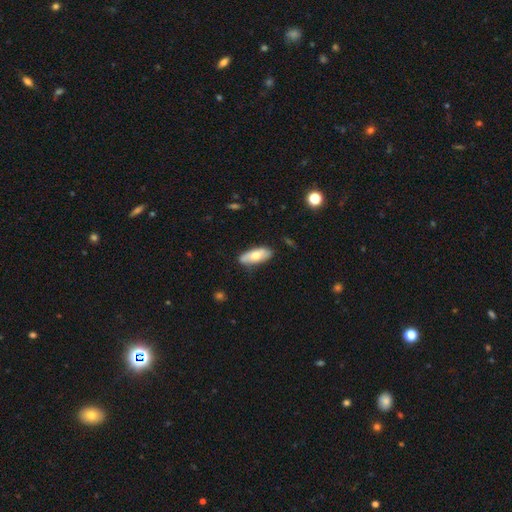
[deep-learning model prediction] smooth 65%, featured or disk 30%, star or artifact 6%. Down the decision tree: how rounded — in between (77%); merging — none (82%).